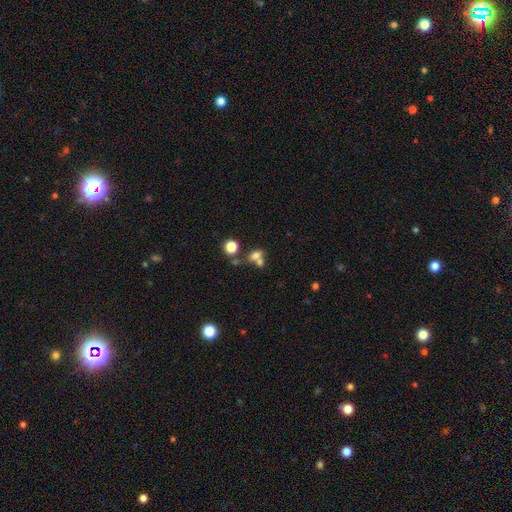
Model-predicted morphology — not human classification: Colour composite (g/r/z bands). It shows a smooth galaxy with no disk features (67%) that is in between round and cigar-shaped (56%). Merging: merger (50%).